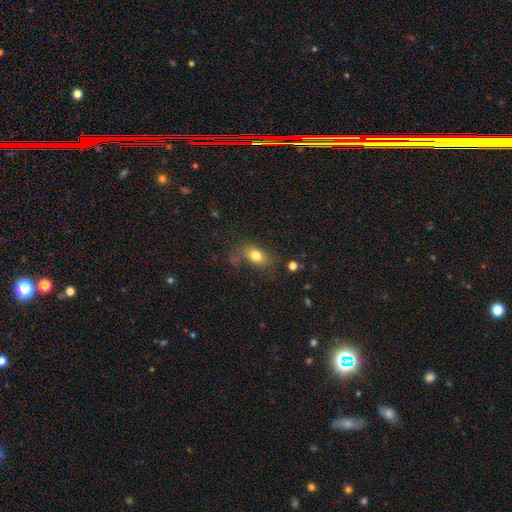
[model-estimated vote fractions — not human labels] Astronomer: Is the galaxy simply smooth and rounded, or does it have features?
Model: smooth — 79%.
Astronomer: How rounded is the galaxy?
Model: in between — 79%.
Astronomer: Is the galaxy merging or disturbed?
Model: none — 66%.